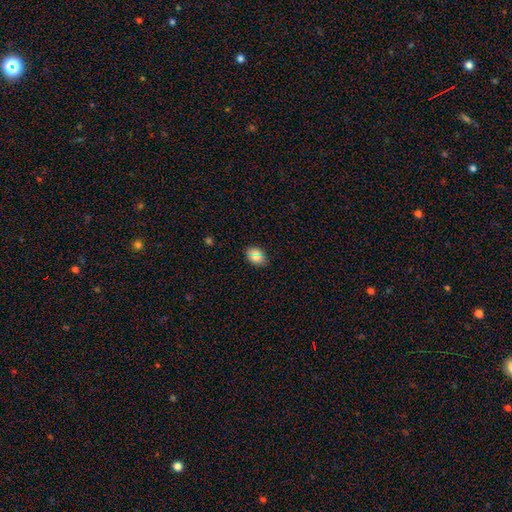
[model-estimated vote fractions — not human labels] Q: Smooth or featured?
A: smooth (78%); runner-up: star or artifact (11%)
Q: How rounded?
A: in between (73%); runner-up: round (26%)
Q: Merging?
A: none (80%); runner-up: minor disturbance (14%)